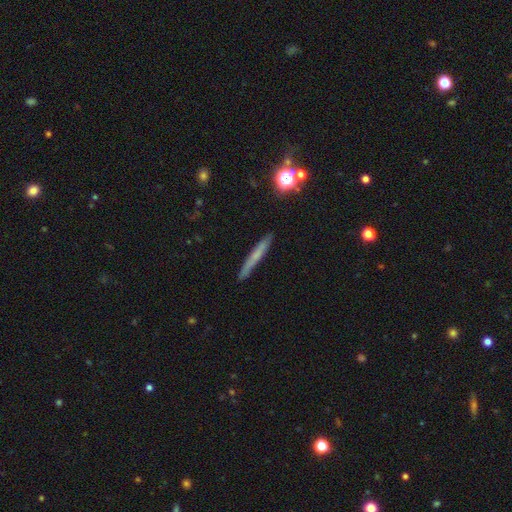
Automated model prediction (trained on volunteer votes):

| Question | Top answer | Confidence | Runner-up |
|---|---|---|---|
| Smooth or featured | smooth | 51% | featured or disk (39%) |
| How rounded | cigar-shaped | 95% | in between (3%) |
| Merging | none | 88% | minor disturbance (9%) |